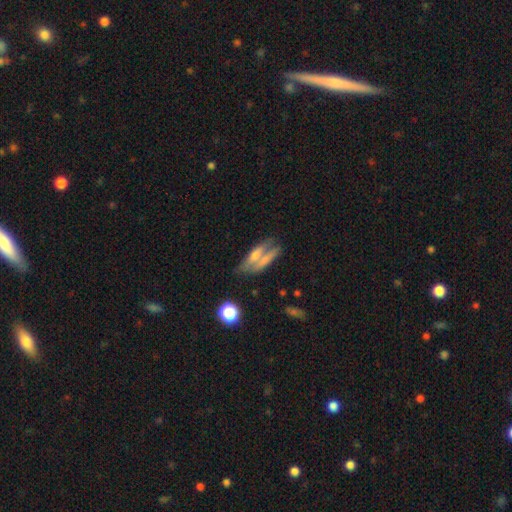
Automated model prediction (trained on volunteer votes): Overall: featured or disk (51%; smooth 35%). Edge-on disk: no (60%; yes 40%). Merging: none (46%; merger 25%).